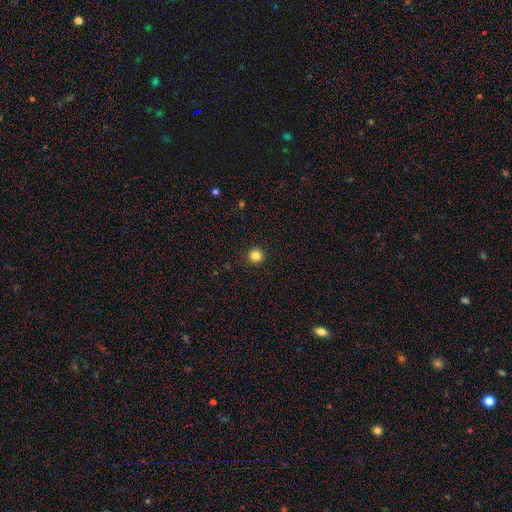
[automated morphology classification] Smooth or featured: smooth — 84% (star or artifact — 12%)
How rounded: round — 93% (in between — 6%)
Merging: none — 92% (minor disturbance — 5%)